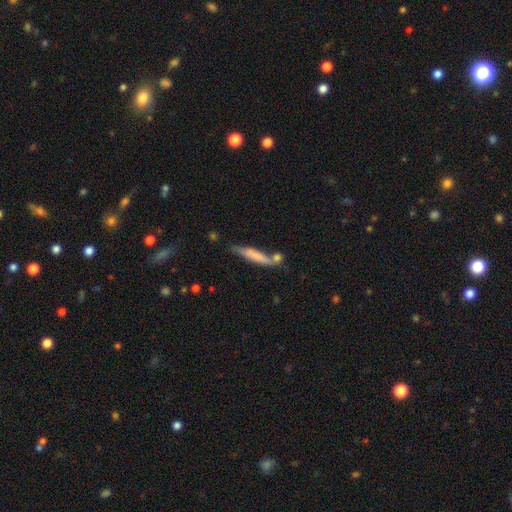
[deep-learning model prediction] This is likely a smooth galaxy (65%). How rounded: clearly cigar-shaped (89%). Merging: likely none (61%).